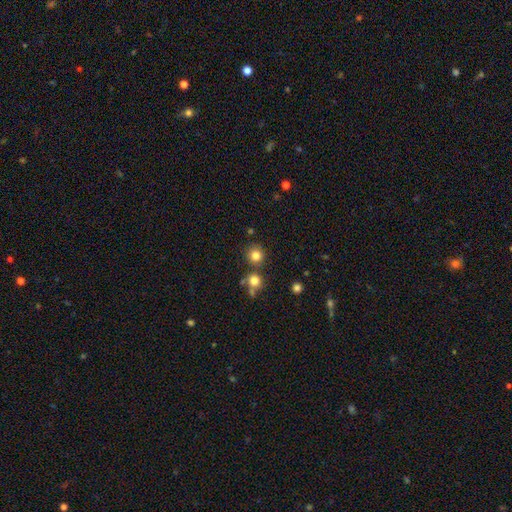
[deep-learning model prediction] This appears to be a smooth galaxy with no disk features (81%) that is round (92%). Merging: none (77%).